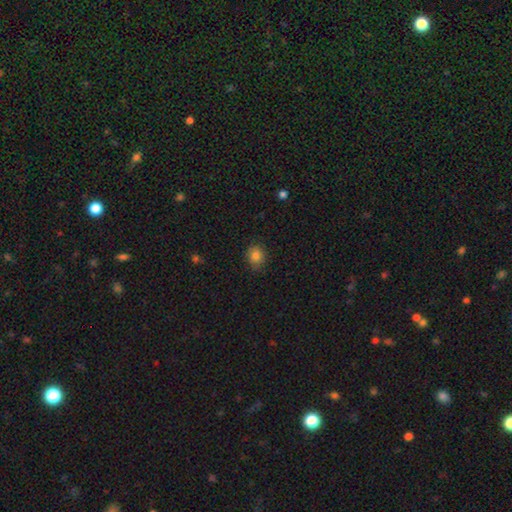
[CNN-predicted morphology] Smooth or featured: smooth — 82% (star or artifact — 11%)
How rounded: round — 69% (in between — 30%)
Merging: none — 82% (minor disturbance — 14%)